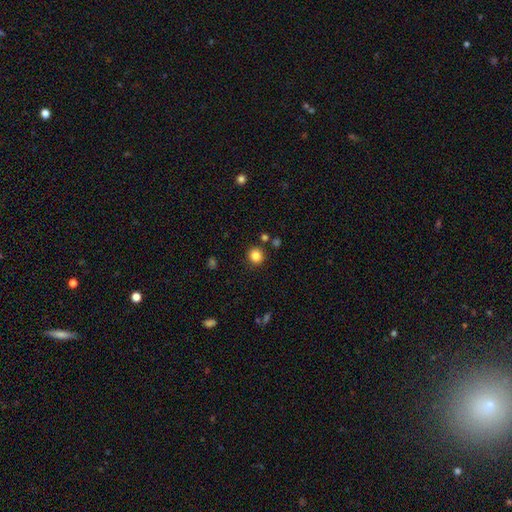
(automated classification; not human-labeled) smooth 84%, star or artifact 11%, featured or disk 5%. Down the decision tree: how rounded — round (91%); merging — none (88%).